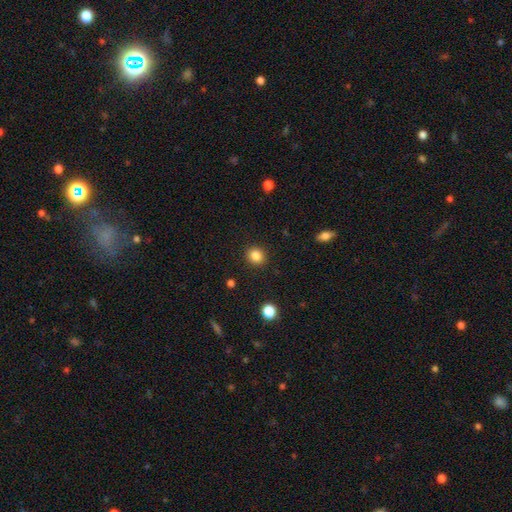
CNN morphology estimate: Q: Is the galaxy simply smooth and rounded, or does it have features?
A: smooth — 85%.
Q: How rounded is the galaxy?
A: round — 80%.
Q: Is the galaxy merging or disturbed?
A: none — 91%.